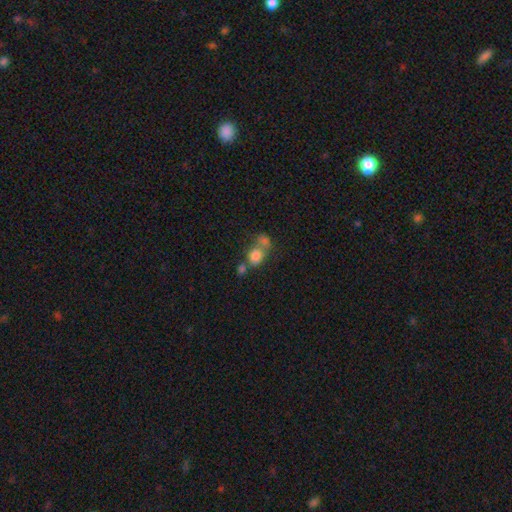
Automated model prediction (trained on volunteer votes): This is likely a smooth galaxy (78%). How rounded: likely round (61%). Merging: possibly merger (50%).